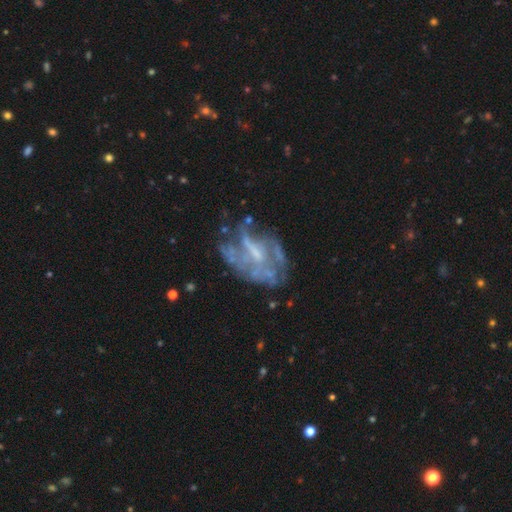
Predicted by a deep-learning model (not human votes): This is likely a featured or disk galaxy (70%). It is clearly not viewed edge-on (95%). Bar: possibly no (57%). Spiral arm pattern: possibly no (54%). Central bulge: marginally small (41%). Merging: possibly none (53%).